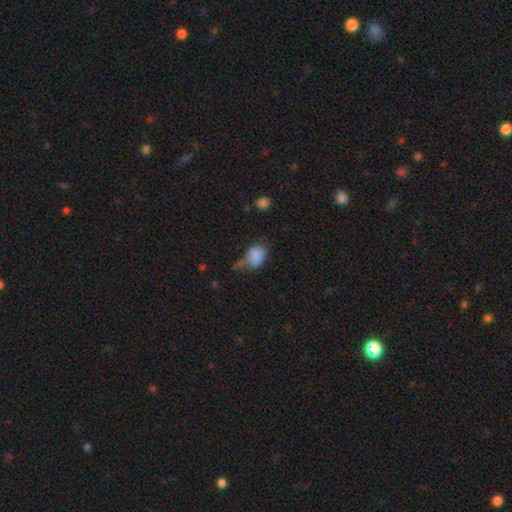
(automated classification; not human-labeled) Smooth or featured?
  - smooth: 80% *
  - star or artifact: 10%
  - featured or disk: 10%
How rounded?
  - in between: 75% *
  - round: 24%
  - cigar-shaped: 1%
Merging?
  - none: 35% * (tied)
  - minor disturbance: 35% * (tied)
  - major disturbance: 19%
  - merger: 12%